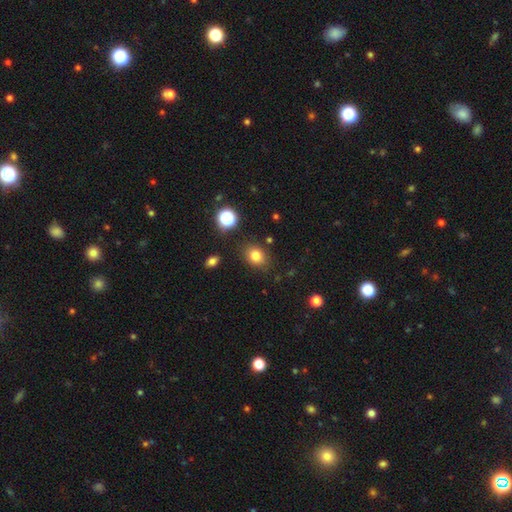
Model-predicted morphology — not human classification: The model was most divided on "how rounded": round: 50%, in between: 49%, cigar-shaped: 1%. More confident: merging — none (82%); smooth or featured — smooth (80%).